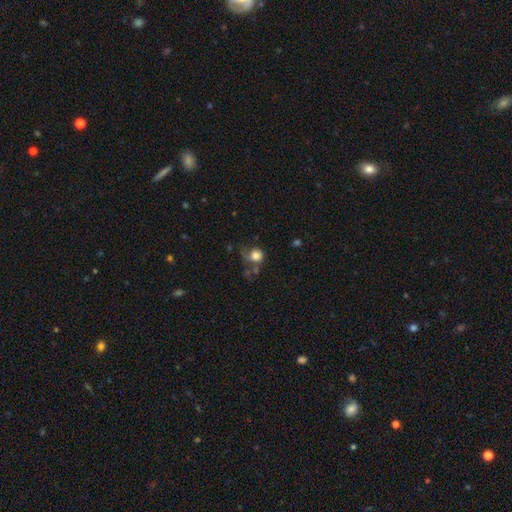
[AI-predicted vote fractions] The model was most divided on "merging": none: 42%, minor disturbance: 23%, major disturbance: 23%, merger: 12%. More confident: how rounded — round (81%); smooth or featured — smooth (77%).